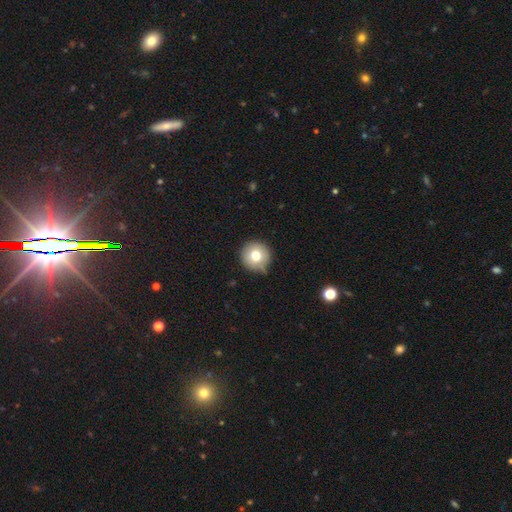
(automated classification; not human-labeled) Smooth or featured: smooth — 75% (featured or disk — 15%)
How rounded: round — 96% (in between — 3%)
Merging: none — 82% (minor disturbance — 13%)